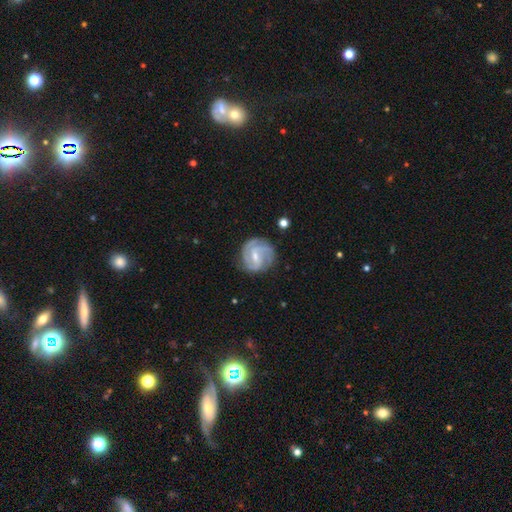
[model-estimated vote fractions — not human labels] Smooth or featured: featured or disk — 86% (smooth — 9%)
Edge-on disk: no — 98% (yes — 2%)
Bar: weak — 57% (strong — 22%)
Spiral arms: yes — 97% (no — 3%)
Spiral winding: tight — 50% (medium — 42%)
Spiral arm count: 3 — 43% (2 — 27%)
Bulge size: small — 57% (moderate — 37%)
Merging: none — 76% (minor disturbance — 17%)